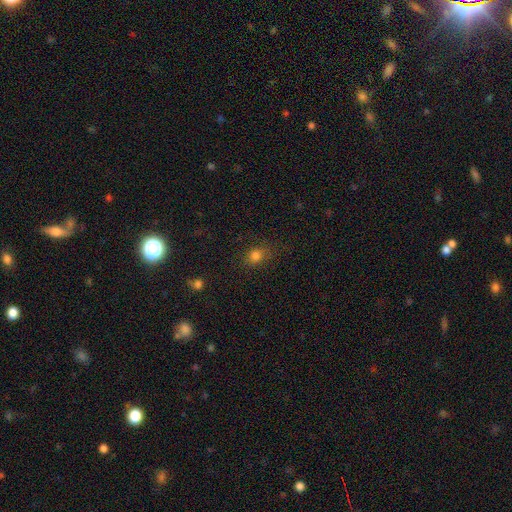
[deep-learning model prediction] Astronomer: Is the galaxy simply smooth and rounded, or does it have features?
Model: smooth — 79%.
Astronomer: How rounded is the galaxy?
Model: round — 59% (runner-up: in between, 40%).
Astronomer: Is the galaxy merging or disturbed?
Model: none — 77%.